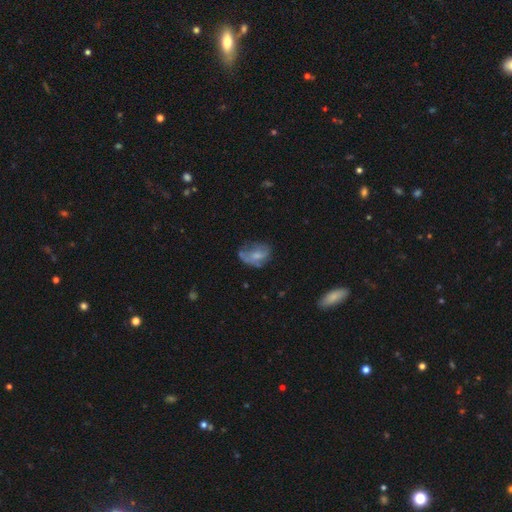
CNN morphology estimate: Overall: smooth (48%; featured or disk 42%). Merging: none (38%; minor disturbance 31%).